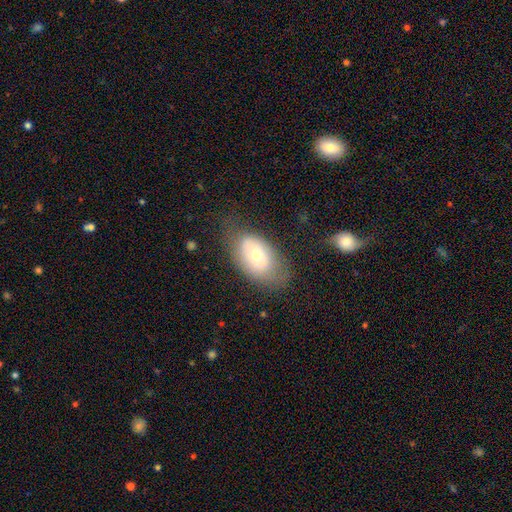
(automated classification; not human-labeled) Smooth or featured?
  - smooth: 60% *
  - featured or disk: 31%
  - star or artifact: 9%
How rounded?
  - in between: 87% *
  - round: 12%
  - cigar-shaped: 1%
Merging?
  - none: 60% *
  - minor disturbance: 25%
  - major disturbance: 13%
  - merger: 2%